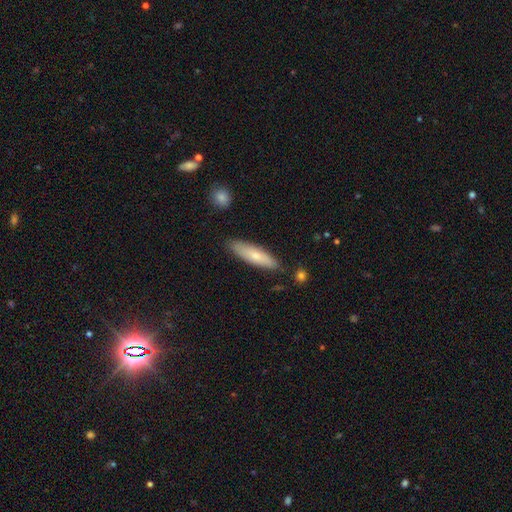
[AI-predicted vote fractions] smooth_or_featured: smooth (p=0.69) [alt: featured or disk p=0.25]
how_rounded: cigar-shaped (p=0.67) [alt: in between p=0.31]
merging: none (p=0.84) [alt: minor disturbance p=0.12]